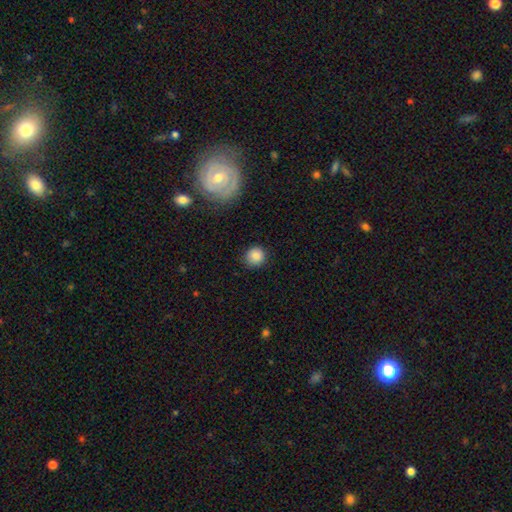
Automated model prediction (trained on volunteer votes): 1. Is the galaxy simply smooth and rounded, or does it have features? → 85% smooth, 10% star or artifact, 5% featured or disk.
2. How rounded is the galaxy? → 90% round, 9% in between, 1% cigar-shaped.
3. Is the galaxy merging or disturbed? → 87% none, 9% minor disturbance, 3% major disturbance, 1% merger.